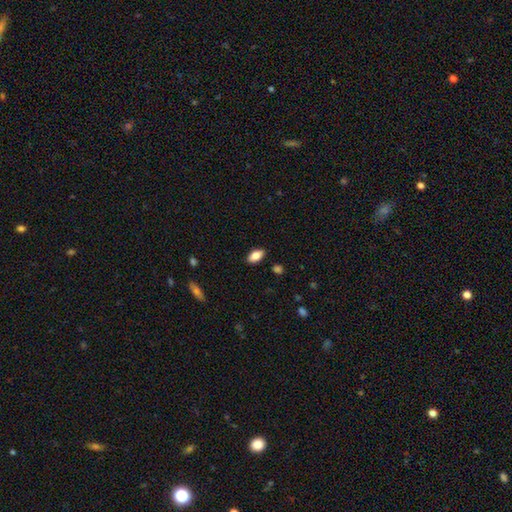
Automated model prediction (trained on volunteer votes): smooth 81%, featured or disk 11%, star or artifact 7%. Down the decision tree: how rounded — in between (91%); merging — none (88%).